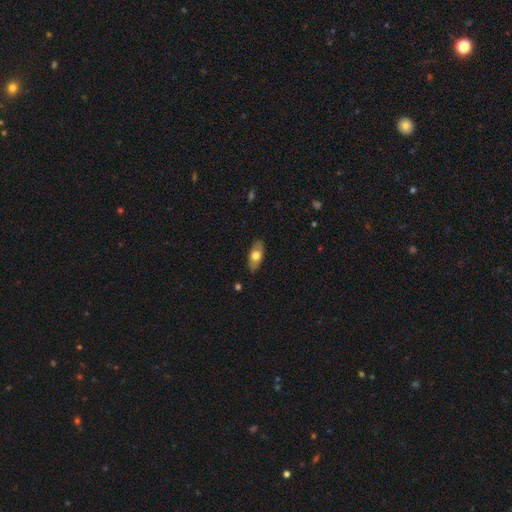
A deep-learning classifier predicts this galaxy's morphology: A smooth galaxy with no disk features (65%) that is in between round and cigar-shaped (85%).

Vote fractions:
- Smooth or featured? smooth: 65% / featured or disk: 29% / star or artifact: 6%
- How rounded? in between: 85% / cigar-shaped: 11% / round: 4%
- Merging? none: 86% / minor disturbance: 11% / major disturbance: 2% / merger: 1%